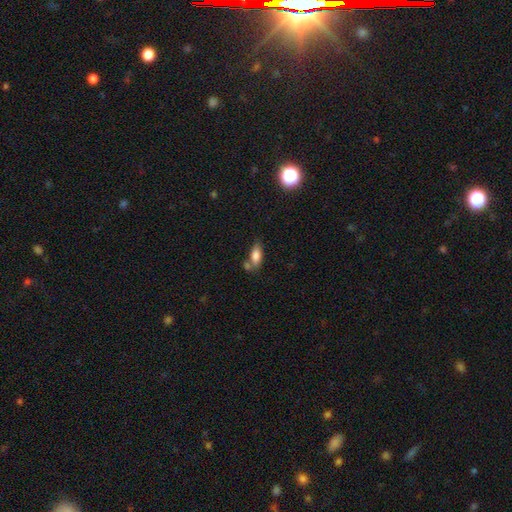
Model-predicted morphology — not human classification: This is clearly a smooth galaxy (80%). How rounded: clearly in between (80%). Merging: possibly none (51%).